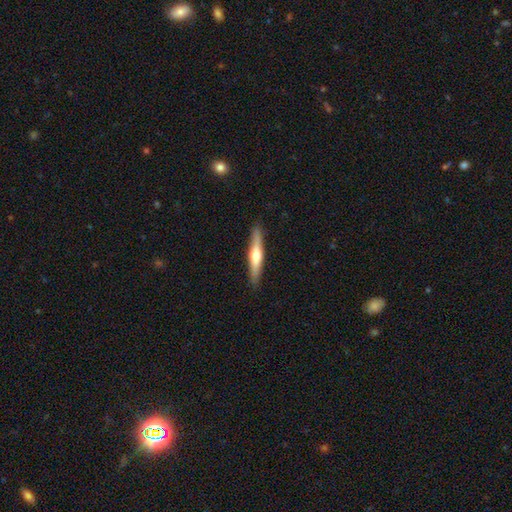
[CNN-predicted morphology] Smooth or featured?
  - featured or disk: 55% *
  - smooth: 40%
  - star or artifact: 5%
Edge-on disk?
  - yes: 95% *
  - no: 5%
Edge-on bulge?
  - rounded: 87% *
  - none: 8%
  - boxy: 5%
Merging?
  - none: 90% *
  - minor disturbance: 7%
  - major disturbance: 1%
  - merger: 1%